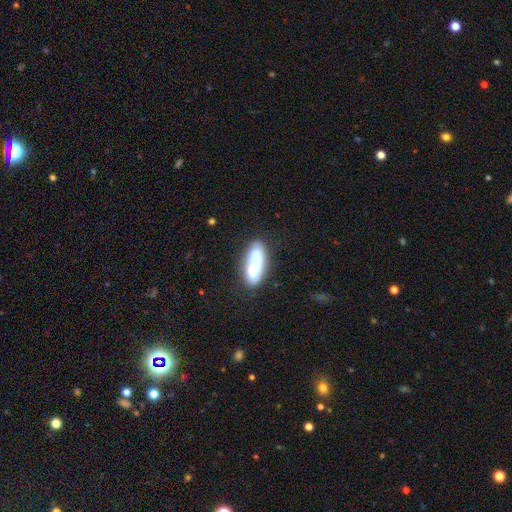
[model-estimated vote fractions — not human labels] This appears to be a smooth galaxy with no disk features (64%) that is in between round and cigar-shaped (75%). Merging: merger (54%).